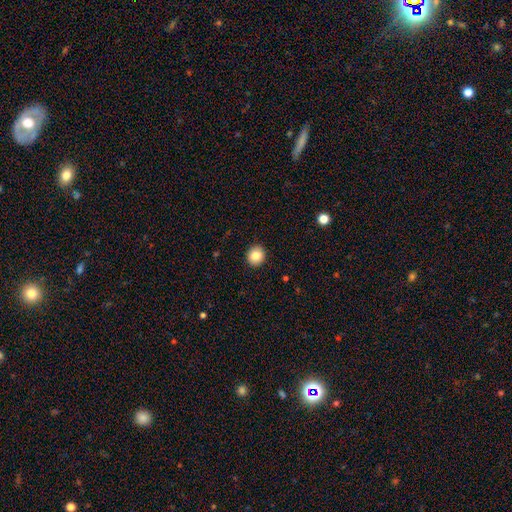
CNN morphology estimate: This appears to be a smooth galaxy with no disk features (83%) that is round (85%). Merging: none (92%).